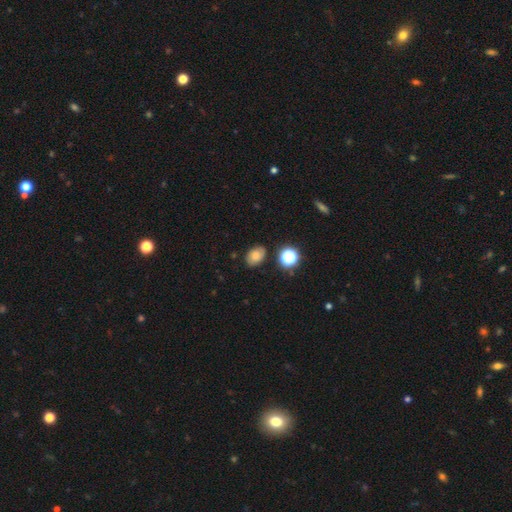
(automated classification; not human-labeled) This is likely a smooth galaxy (70%). How rounded: likely in between (73%). Merging: likely none (79%).